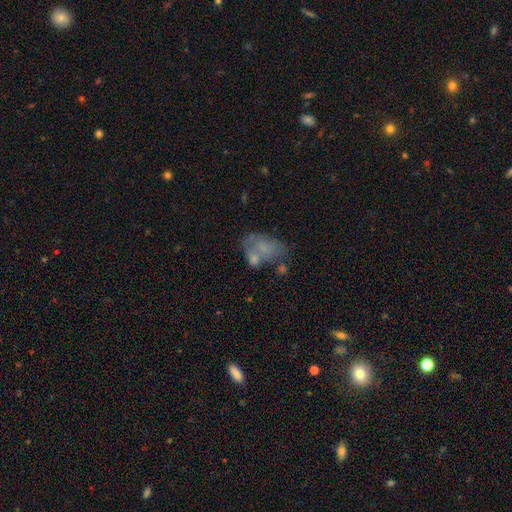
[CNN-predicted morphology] Smooth or featured? Predicted: smooth (p=0.60). How rounded? Predicted: in between (p=0.85). Merging? Predicted: merger (p=0.37).